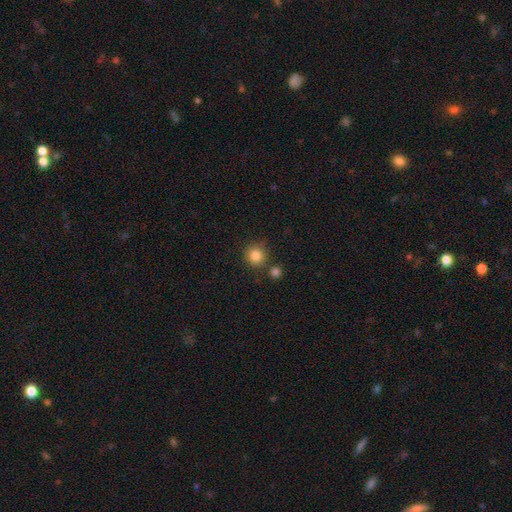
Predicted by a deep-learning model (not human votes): Q: Smooth or featured?
A: smooth (85%); runner-up: star or artifact (10%)
Q: How rounded?
A: round (91%); runner-up: in between (8%)
Q: Merging?
A: none (77%); runner-up: merger (10%)